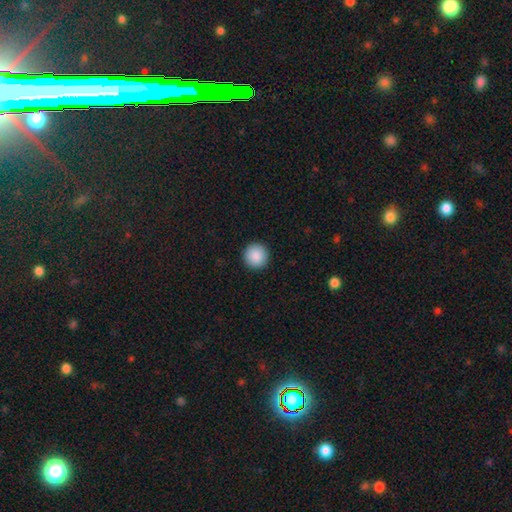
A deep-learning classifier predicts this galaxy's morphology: This is clearly a smooth galaxy (89%). How rounded: clearly round (96%). Merging: clearly none (93%).